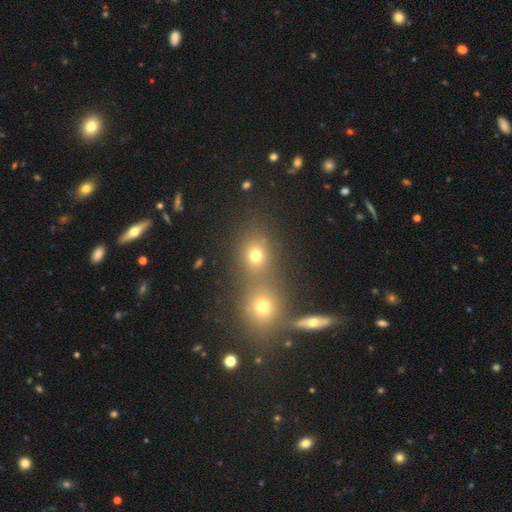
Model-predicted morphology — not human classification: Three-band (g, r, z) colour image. It shows a smooth galaxy with no disk features (70%) that is round (68%). Merging: merger (50%).